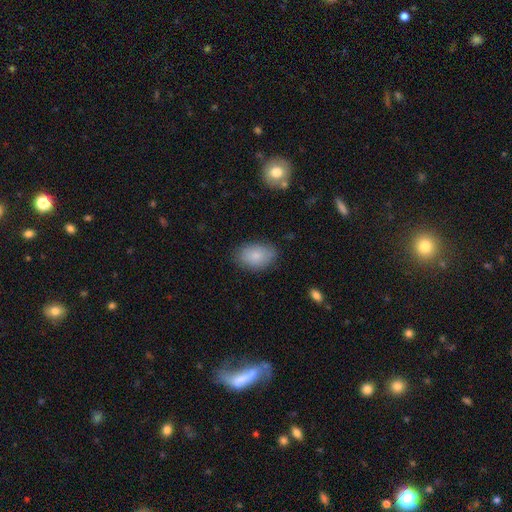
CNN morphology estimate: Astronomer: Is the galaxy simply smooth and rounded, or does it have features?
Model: smooth — 83%.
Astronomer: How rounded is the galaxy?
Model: in between — 86%.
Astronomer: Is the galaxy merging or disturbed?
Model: none — 80%.